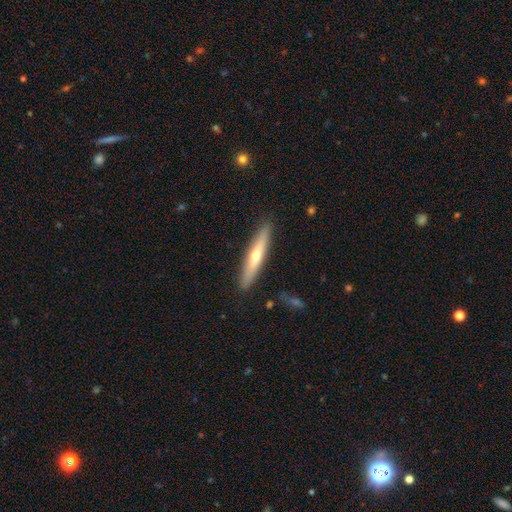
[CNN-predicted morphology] smooth_or_featured: featured or disk (p=0.49) [alt: smooth p=0.45]
merging: none (p=0.90) [alt: minor disturbance p=0.07]